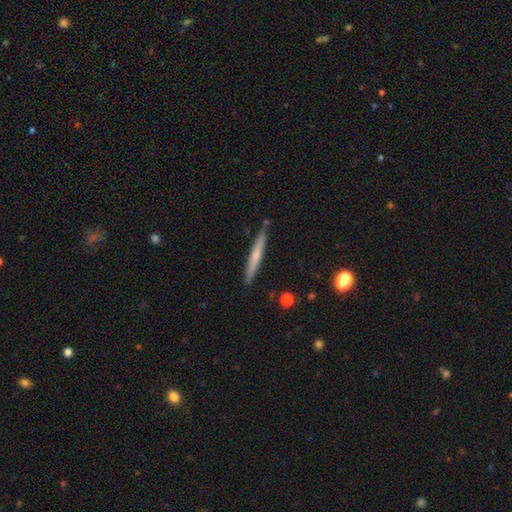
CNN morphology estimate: smooth 53%, featured or disk 41%, star or artifact 6%. Down the decision tree: how rounded — cigar-shaped (96%); merging — none (88%).